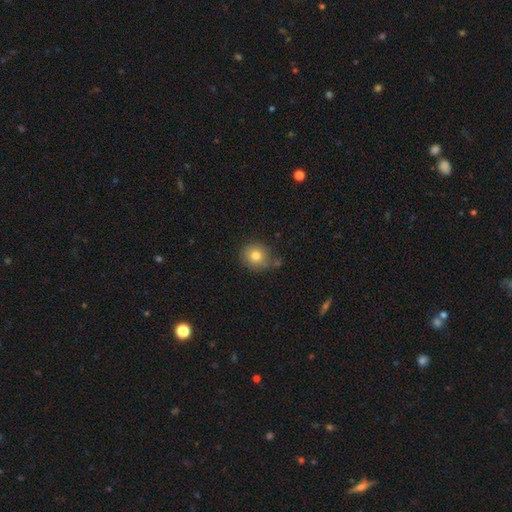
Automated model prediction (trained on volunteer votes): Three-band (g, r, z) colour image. It shows a smooth galaxy with no disk features (79%) that is round (86%). Merging: none (66%).